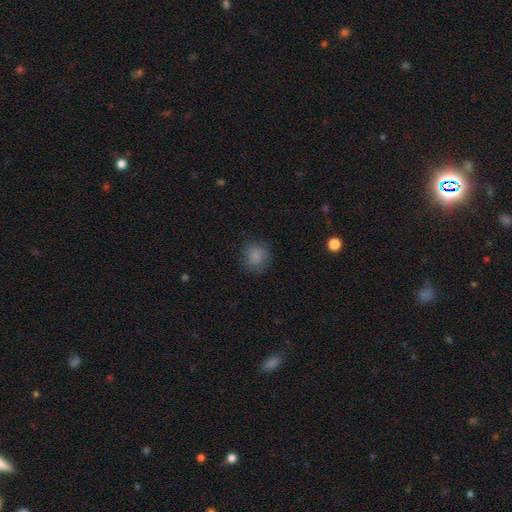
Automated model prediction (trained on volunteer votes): The model was most divided on "how rounded": round: 84%, in between: 15%, cigar-shaped: 1%. More confident: smooth or featured — smooth (85%); merging — none (83%).